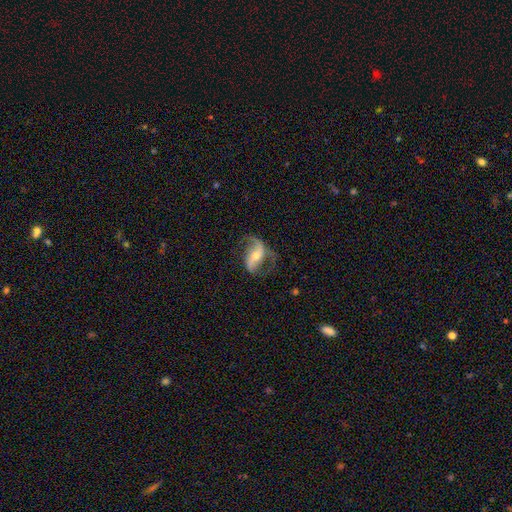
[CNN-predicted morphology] This appears to be a featured or disk galaxy (82%) with a strong bar (38%), 2 (89%) loose (66%) spiral arms (93%) and a moderate central bulge (54%). Merging: none (65%).